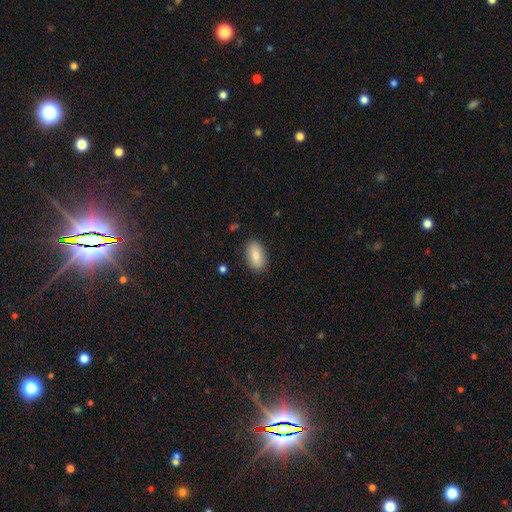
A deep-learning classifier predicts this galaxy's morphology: smooth_or_featured: smooth (p=0.83) [alt: featured or disk p=0.10]
how_rounded: in between (p=0.92) [alt: round p=0.05]
merging: none (p=0.86) [alt: minor disturbance p=0.10]